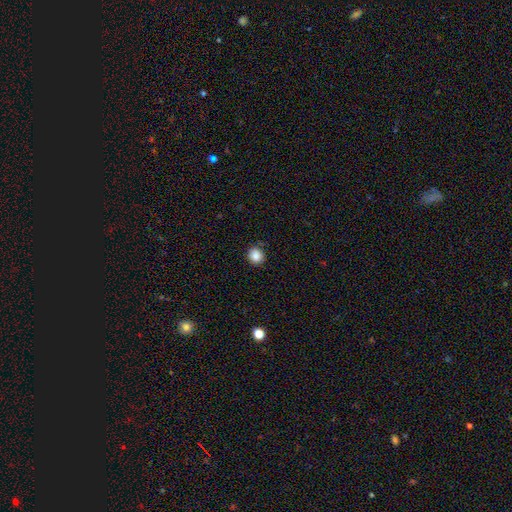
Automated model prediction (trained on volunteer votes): Q: Smooth or featured?
A: smooth (87%); runner-up: star or artifact (10%)
Q: How rounded?
A: round (86%); runner-up: in between (13%)
Q: Merging?
A: none (87%); runner-up: minor disturbance (10%)